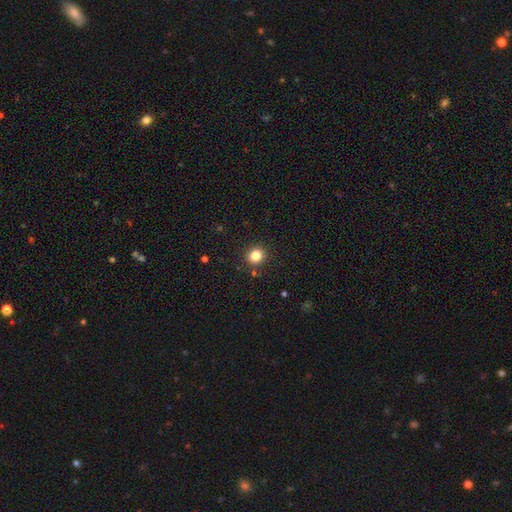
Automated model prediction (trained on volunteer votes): Morphology: type=smooth (82%); roundness=round (83%); merging=none (89%).